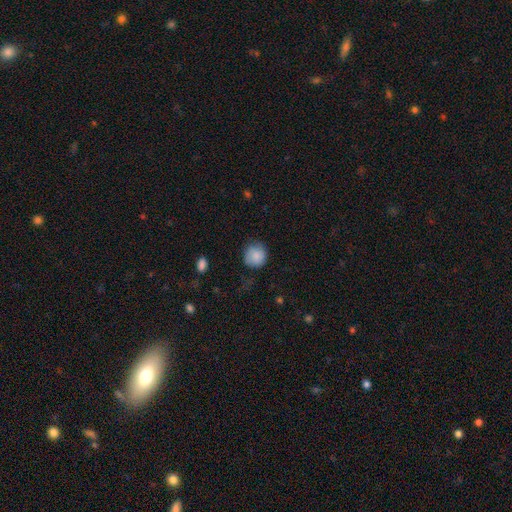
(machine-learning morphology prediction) Smooth or featured: smooth — 85% (featured or disk — 8%)
How rounded: round — 86% (in between — 13%)
Merging: none — 70% (minor disturbance — 23%)